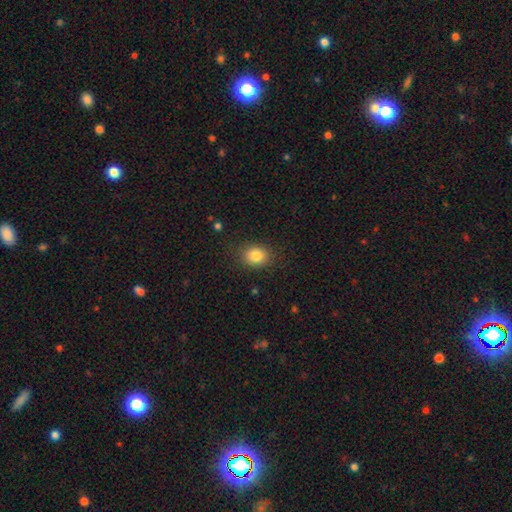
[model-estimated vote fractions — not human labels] Smooth or featured? Predicted: smooth (p=0.83). How rounded? Predicted: in between (p=0.50). Merging? Predicted: none (p=0.85).